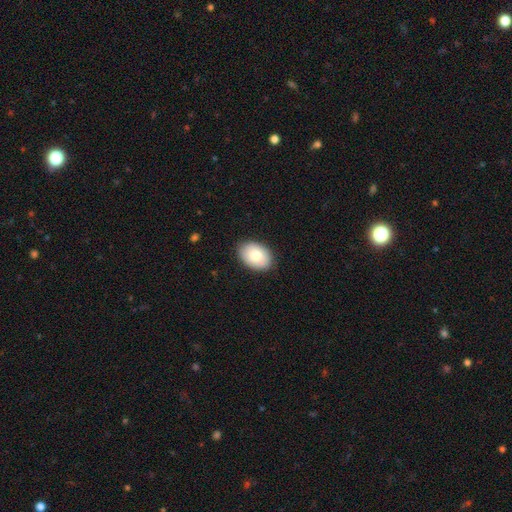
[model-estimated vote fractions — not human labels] smooth_or_featured: smooth (p=0.79) [alt: featured or disk p=0.14]
how_rounded: in between (p=0.85) [alt: round p=0.14]
merging: none (p=0.85) [alt: minor disturbance p=0.11]